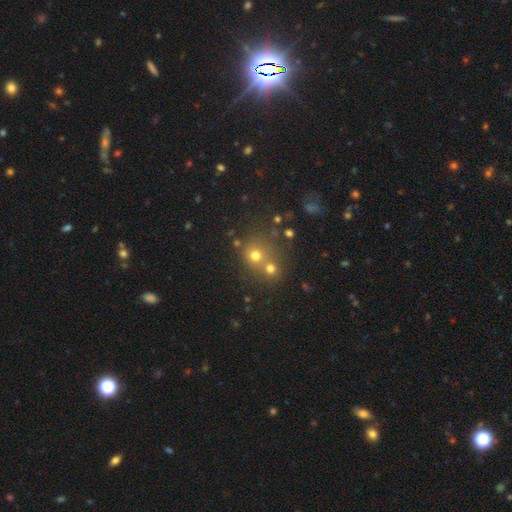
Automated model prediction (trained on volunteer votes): Overall: smooth (68%). How rounded: round (84%). Merging: none (51%; merger 38%).